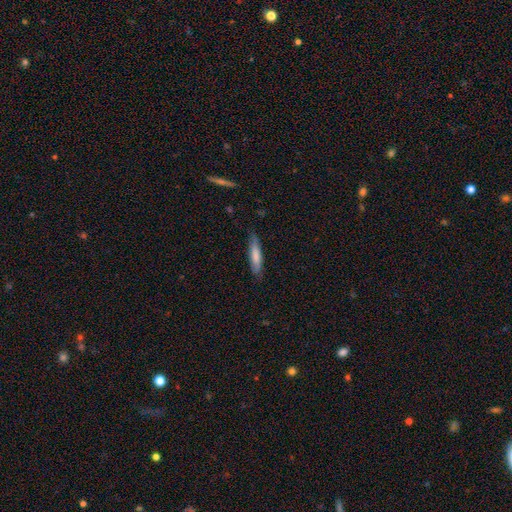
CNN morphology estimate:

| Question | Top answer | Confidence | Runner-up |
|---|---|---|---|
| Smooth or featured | smooth | 76% | featured or disk (18%) |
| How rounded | cigar-shaped | 84% | in between (15%) |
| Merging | none | 82% | minor disturbance (14%) |